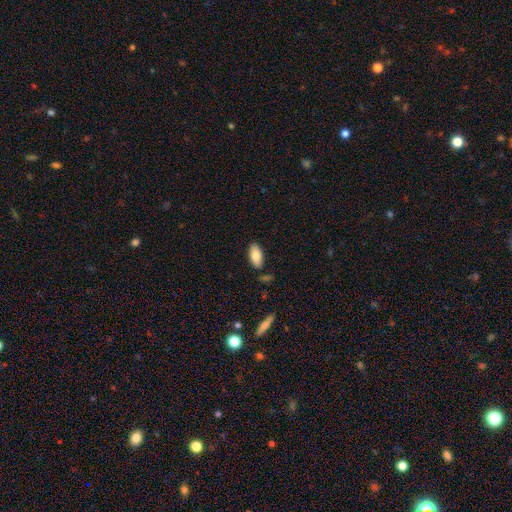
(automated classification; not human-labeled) Smooth or featured: smooth — 83% (featured or disk — 11%)
How rounded: in between — 92% (cigar-shaped — 6%)
Merging: none — 85% (minor disturbance — 10%)